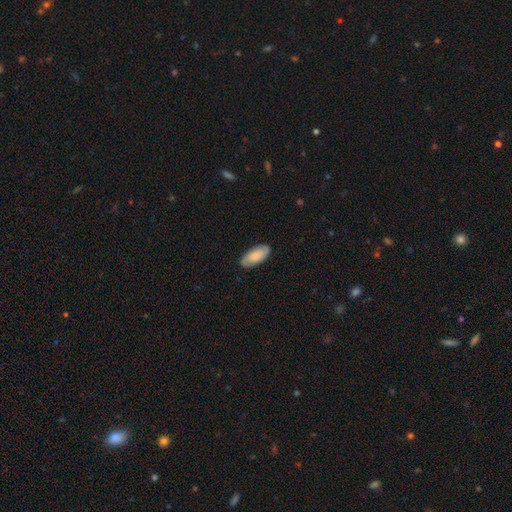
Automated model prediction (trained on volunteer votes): smooth 80%, featured or disk 14%, star or artifact 6%. Down the decision tree: how rounded — in between (89%); merging — none (85%).